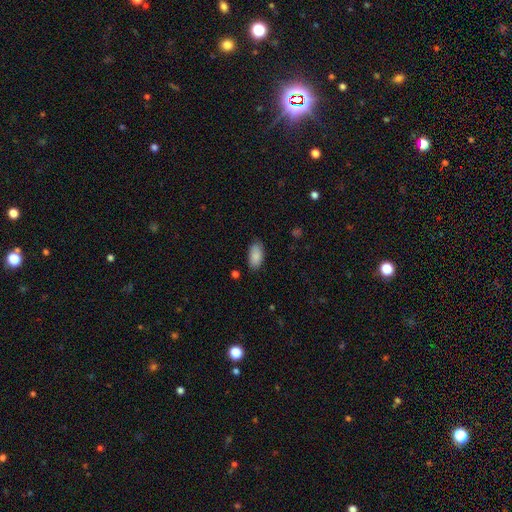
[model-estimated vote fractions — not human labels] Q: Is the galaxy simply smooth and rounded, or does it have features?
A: smooth — 88%.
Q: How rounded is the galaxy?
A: in between — 94%.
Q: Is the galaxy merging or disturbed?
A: none — 82%.